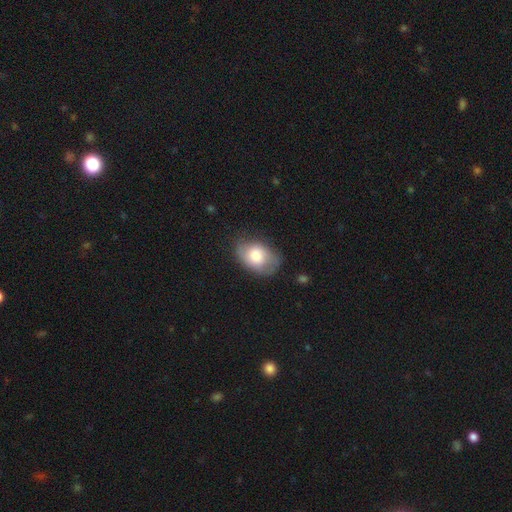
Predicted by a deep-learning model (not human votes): This appears to be a smooth galaxy with no disk features (70%) that is in between round and cigar-shaped (81%). Merging: none (65%).